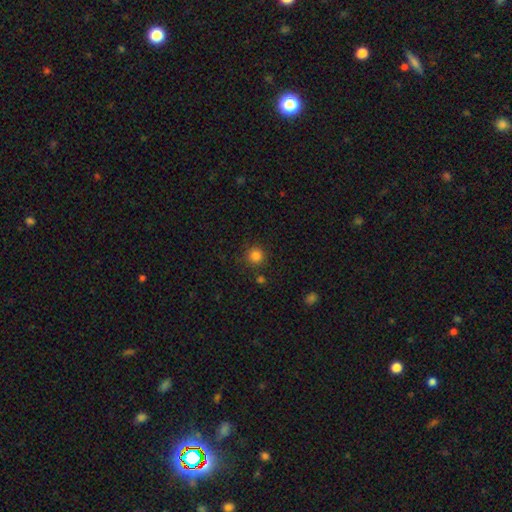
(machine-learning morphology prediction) Smooth or featured? Predicted: smooth (p=0.83). How rounded? Predicted: round (p=0.94). Merging? Predicted: none (p=0.87).